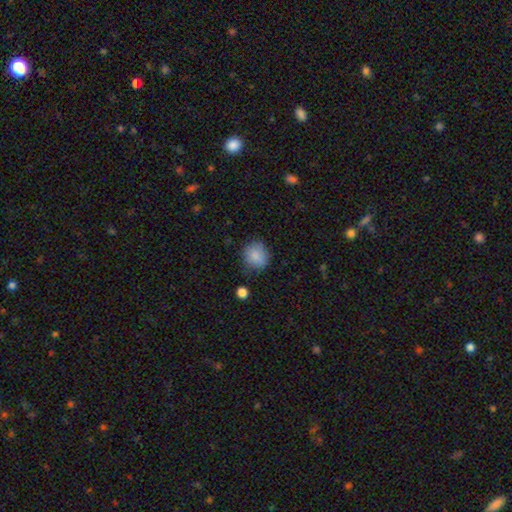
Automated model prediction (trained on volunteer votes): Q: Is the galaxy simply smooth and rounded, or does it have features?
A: smooth — 85%.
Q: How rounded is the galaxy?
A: round — 82%.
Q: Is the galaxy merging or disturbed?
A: none — 74%.